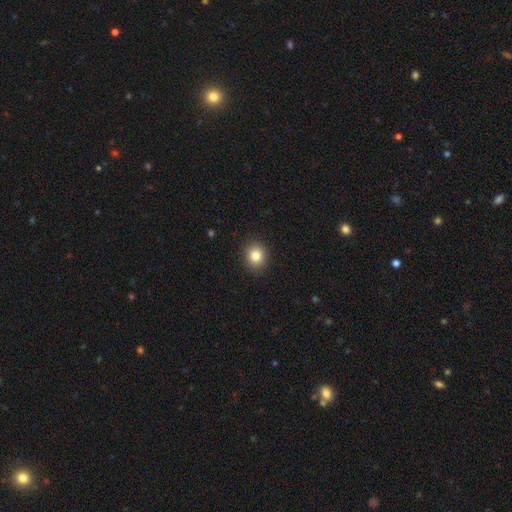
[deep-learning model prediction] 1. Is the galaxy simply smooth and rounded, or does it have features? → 83% smooth, 10% star or artifact, 7% featured or disk.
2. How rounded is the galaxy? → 70% round, 29% in between, 1% cigar-shaped.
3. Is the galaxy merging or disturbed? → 90% none, 7% minor disturbance, 2% major disturbance, 1% merger.